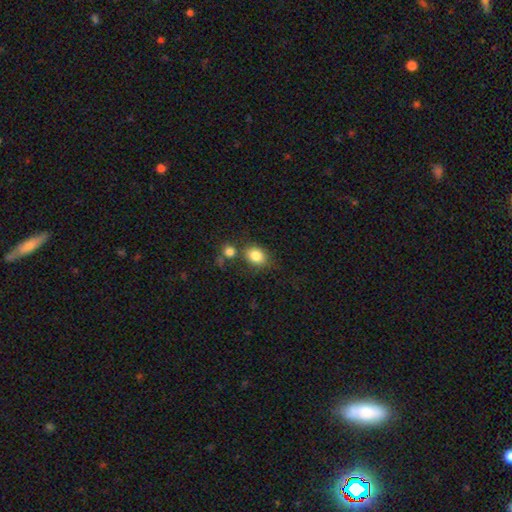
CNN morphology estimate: A smooth galaxy with no disk features (83%) that is in between round and cigar-shaped (62%).

Vote fractions:
- Smooth or featured? smooth: 83% / star or artifact: 9% / featured or disk: 7%
- How rounded? in between: 62% / round: 37% / cigar-shaped: 1%
- Merging? none: 63% / merger: 18% / minor disturbance: 14% / major disturbance: 5%